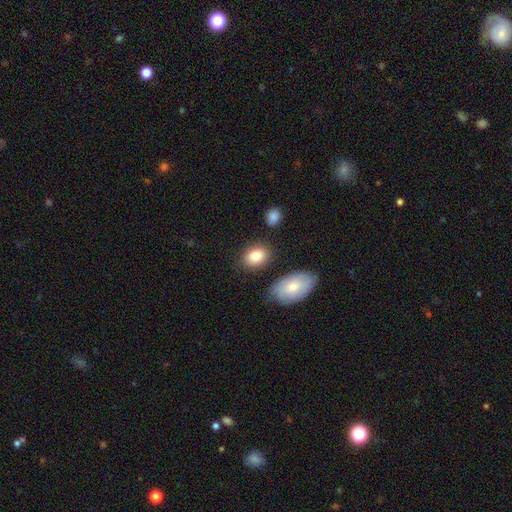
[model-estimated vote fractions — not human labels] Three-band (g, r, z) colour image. It shows a smooth galaxy with no disk features (84%) that is in between round and cigar-shaped (76%). Merging: none (76%).